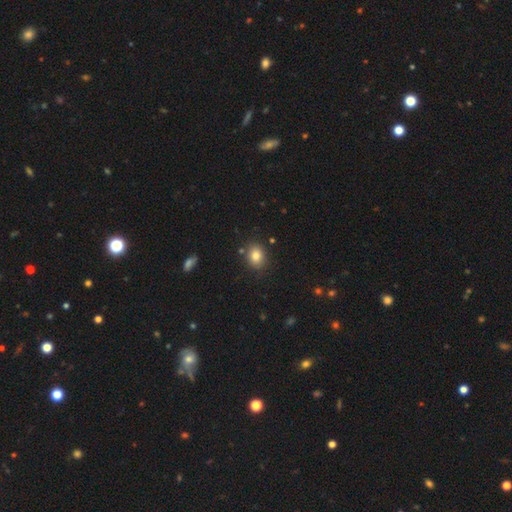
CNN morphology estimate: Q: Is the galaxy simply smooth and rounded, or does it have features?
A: smooth — 82%.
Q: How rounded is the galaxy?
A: round — 50%.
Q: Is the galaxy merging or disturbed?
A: none — 84%.